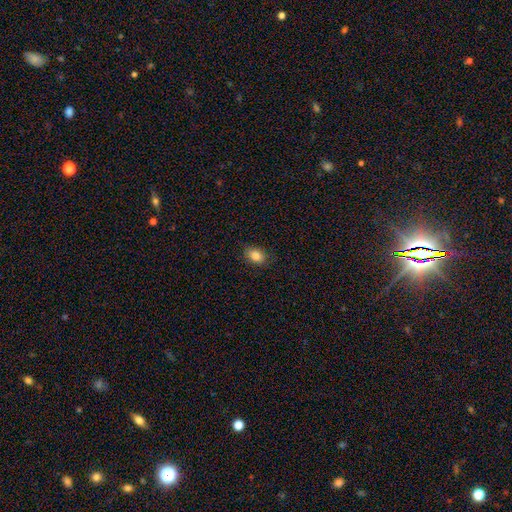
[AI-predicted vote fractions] Smooth or featured: smooth — 85% (star or artifact — 9%)
How rounded: in between — 81% (round — 17%)
Merging: none — 84% (minor disturbance — 12%)